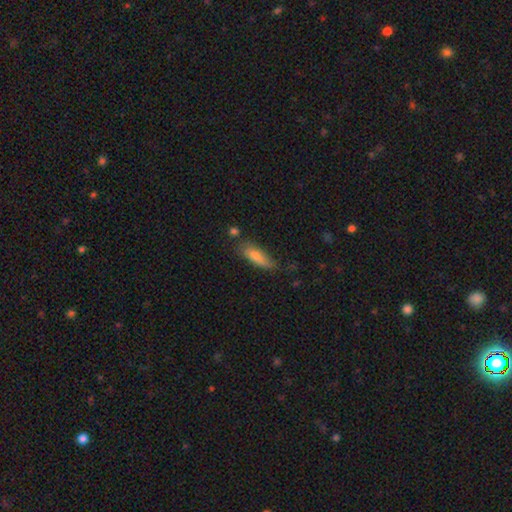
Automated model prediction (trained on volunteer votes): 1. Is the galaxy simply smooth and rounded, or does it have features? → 75% smooth, 17% featured or disk, 8% star or artifact.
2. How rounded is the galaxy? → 51% in between, 47% cigar-shaped, 2% round.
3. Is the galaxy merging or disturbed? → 62% none, 27% minor disturbance, 6% major disturbance, 5% merger.